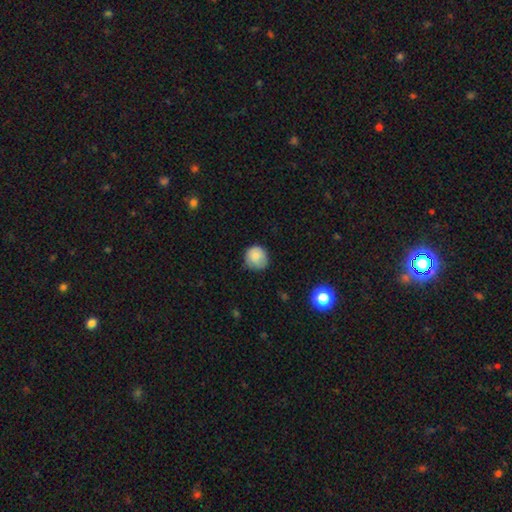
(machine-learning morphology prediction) smooth-or-featured: smooth: 83% | featured or disk: 8% | star or artifact: 8%
  how-rounded: round: 89% | in between: 10% | cigar-shaped: 1%
  merging: none: 70% | minor disturbance: 24% | major disturbance: 5% | merger: 1%